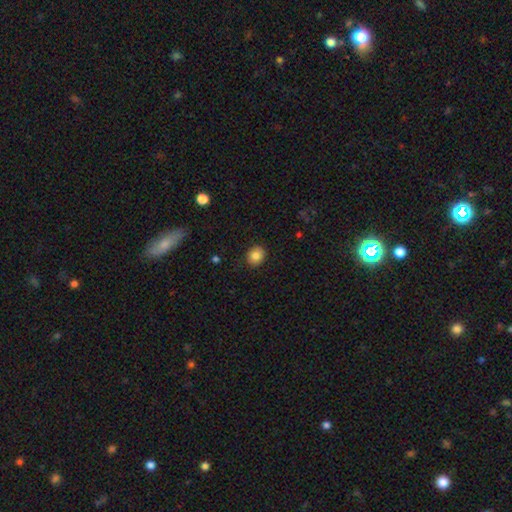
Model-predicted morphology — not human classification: Smooth or featured? smooth (84%)
How rounded? round (67%)
Merging? none (88%)